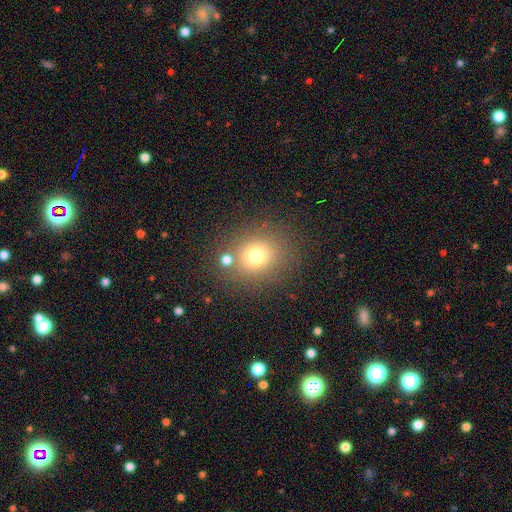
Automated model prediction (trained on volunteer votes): smooth_or_featured: smooth (p=0.72) [alt: star or artifact p=0.17]
how_rounded: round (p=0.79) [alt: in between p=0.20]
merging: none (p=0.76) [alt: minor disturbance p=0.10]